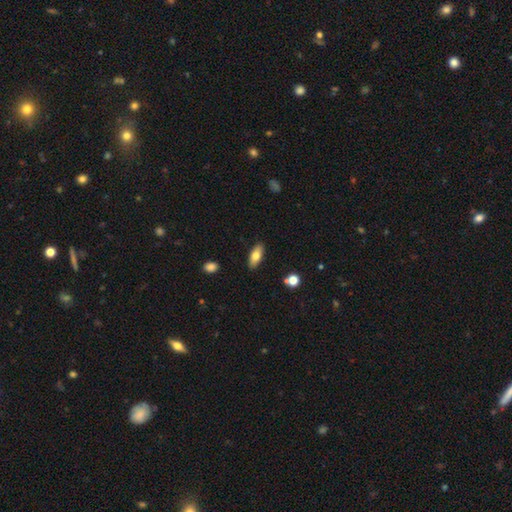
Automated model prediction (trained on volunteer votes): This is likely a smooth galaxy (75%). How rounded: clearly in between (83%). Merging: clearly none (88%).